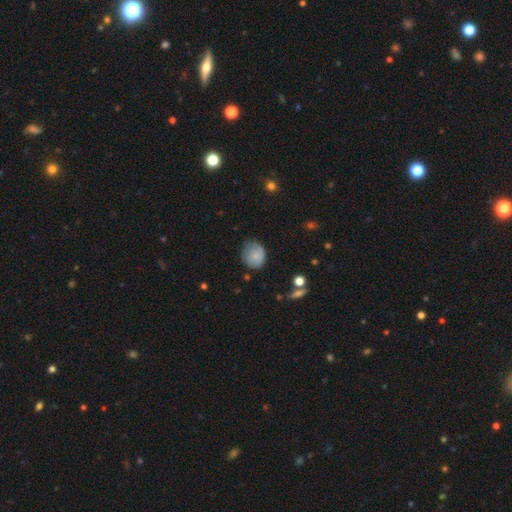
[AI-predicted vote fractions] Smooth or featured? Predicted: smooth (p=0.75). How rounded? Predicted: round (p=0.60). Merging? Predicted: none (p=0.54).